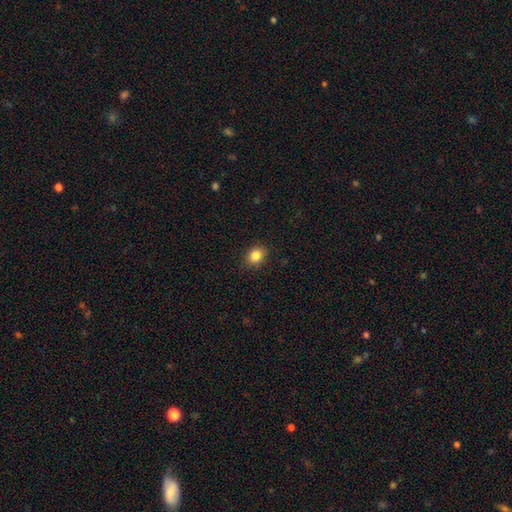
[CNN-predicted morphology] This appears to be a smooth galaxy with no disk features (85%) that is round (51%). Merging: none (88%).